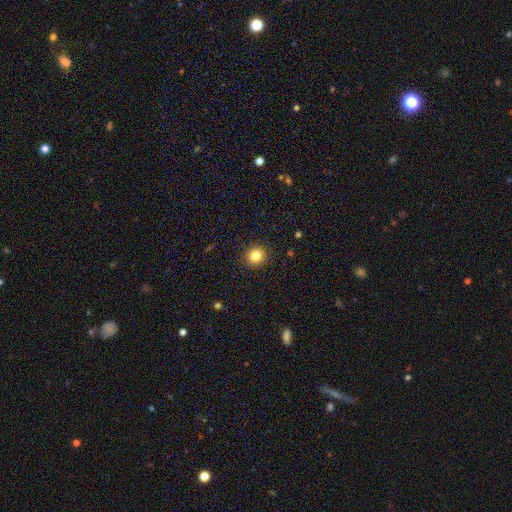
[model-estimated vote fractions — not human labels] A smooth galaxy with no disk features (83%) that is round (90%).

Vote fractions:
- Smooth or featured? smooth: 83% / star or artifact: 12% / featured or disk: 6%
- How rounded? round: 90% / in between: 9% / cigar-shaped: 1%
- Merging? none: 91% / minor disturbance: 6% / major disturbance: 2% / merger: 1%